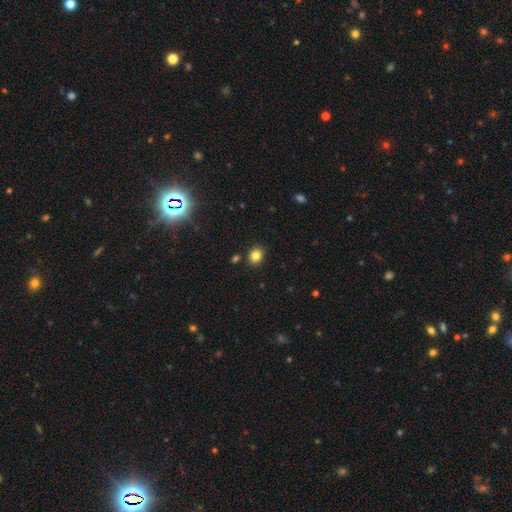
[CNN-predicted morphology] The model was most divided on "how rounded": round: 62%, in between: 37%, cigar-shaped: 1%. More confident: merging — none (88%); smooth or featured — smooth (82%).